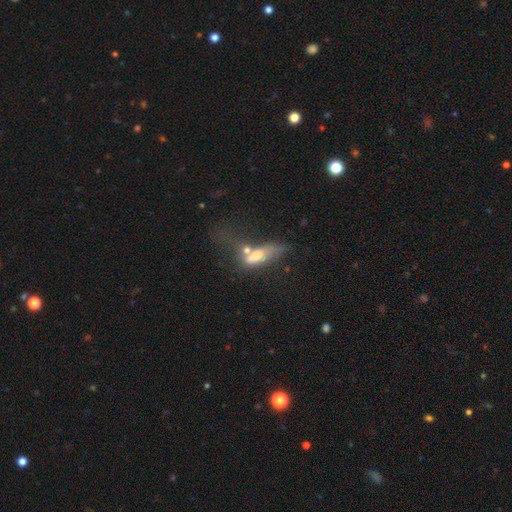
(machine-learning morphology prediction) Smooth or featured? Predicted: smooth (p=0.54). How rounded? Predicted: in between (p=0.62). Merging? Predicted: merger (p=0.43).